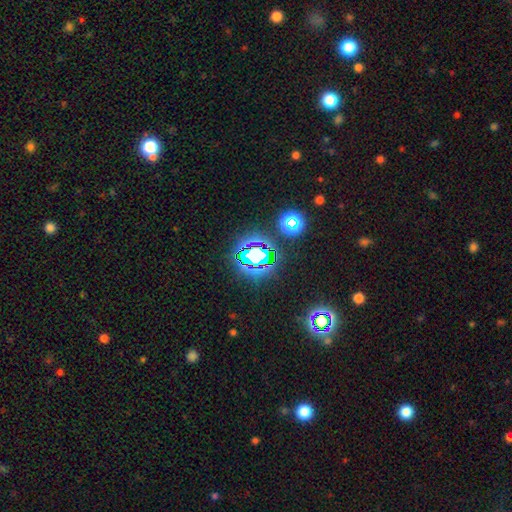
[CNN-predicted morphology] smooth-or-featured: star or artifact: 68% | smooth: 20% | featured or disk: 12%